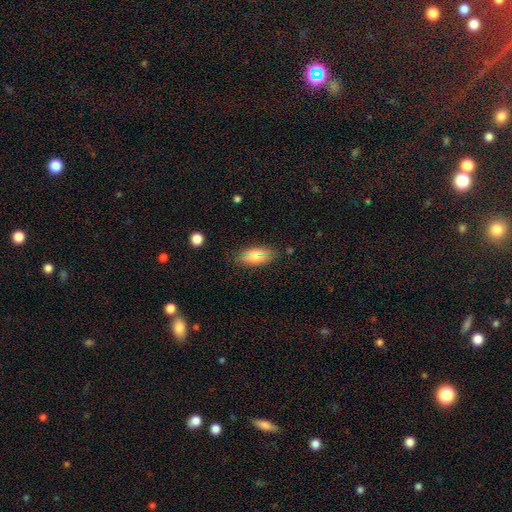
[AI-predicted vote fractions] Overall: smooth (65%). How rounded: in between (85%). Merging: none (84%).